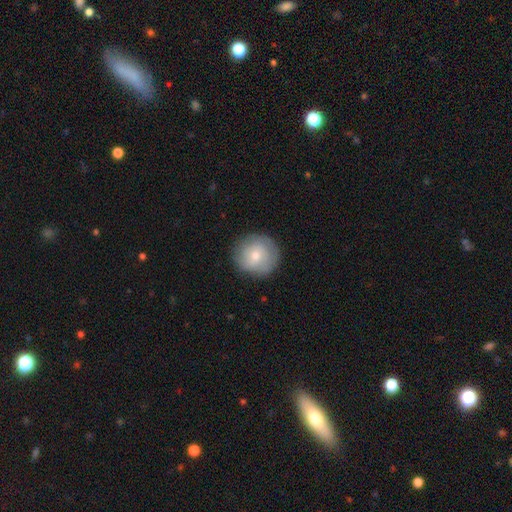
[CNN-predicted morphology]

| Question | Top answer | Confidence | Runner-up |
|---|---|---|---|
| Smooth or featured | smooth | 66% | featured or disk (26%) |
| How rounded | round | 93% | in between (6%) |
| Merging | none | 82% | minor disturbance (13%) |